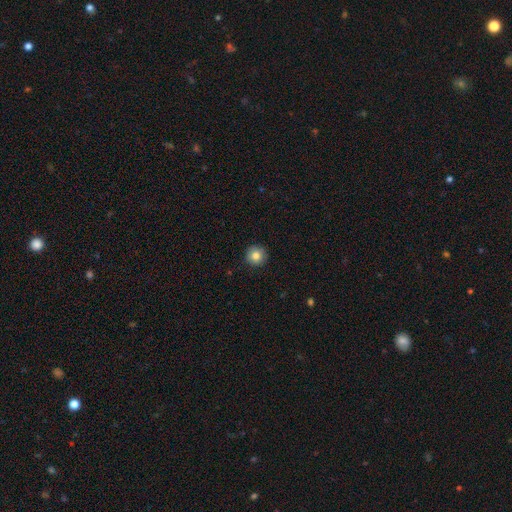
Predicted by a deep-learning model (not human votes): smooth-or-featured: smooth: 82% | star or artifact: 10% | featured or disk: 8%
  how-rounded: round: 96% | in between: 3% | cigar-shaped: 1%
  merging: none: 91% | minor disturbance: 7% | major disturbance: 2% | merger: 1%